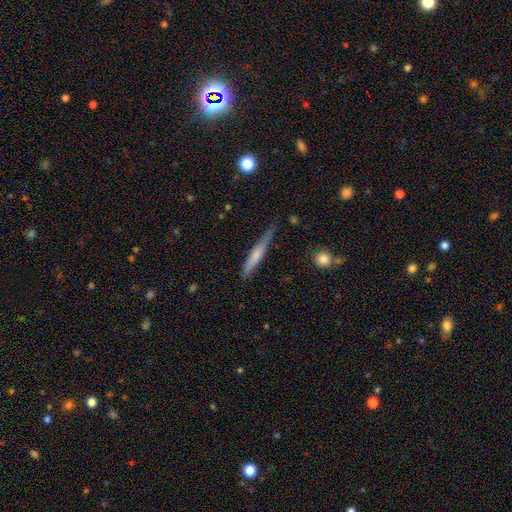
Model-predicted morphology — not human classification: This appears to be a smooth galaxy with no disk features (56%) that is cigar-shaped (93%). Merging: none (73%).